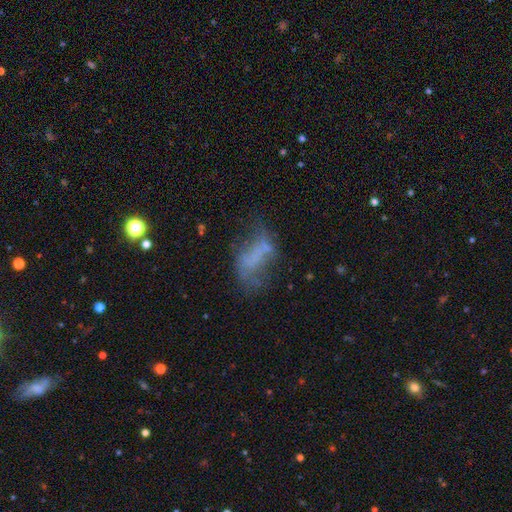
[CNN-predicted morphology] A featured or disk galaxy (46%). Merging: none (35%).